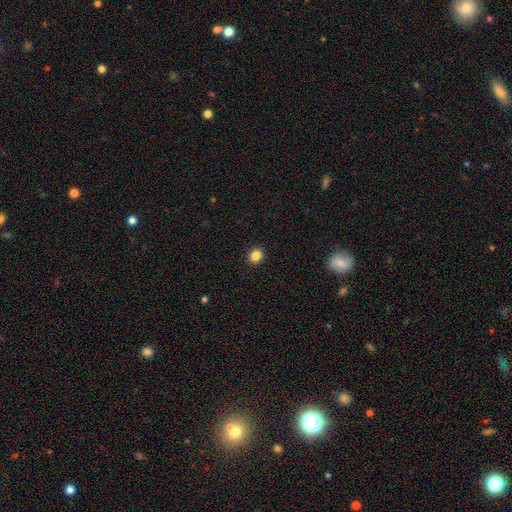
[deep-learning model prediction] A smooth galaxy with no disk features (85%) that is round (70%).

Vote fractions:
- Smooth or featured? smooth: 85% / star or artifact: 11% / featured or disk: 4%
- How rounded? round: 70% / in between: 29% / cigar-shaped: 1%
- Merging? none: 92% / minor disturbance: 5% / major disturbance: 2% / merger: 1%